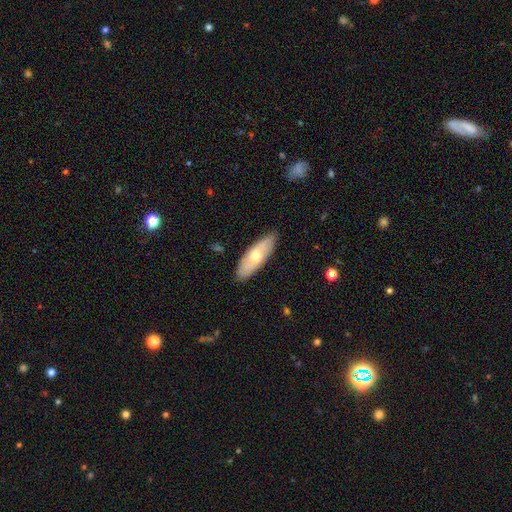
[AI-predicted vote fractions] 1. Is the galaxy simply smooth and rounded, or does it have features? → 57% smooth, 38% featured or disk, 6% star or artifact.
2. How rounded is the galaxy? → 63% in between, 35% cigar-shaped, 2% round.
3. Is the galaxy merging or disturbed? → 85% none, 12% minor disturbance, 2% major disturbance, 1% merger.